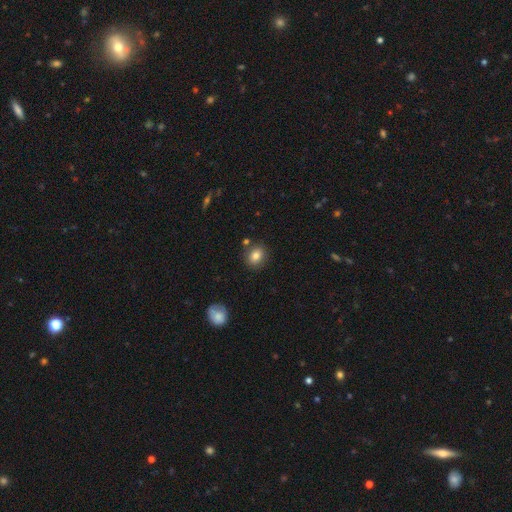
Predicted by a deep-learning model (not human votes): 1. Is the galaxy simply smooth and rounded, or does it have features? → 81% smooth, 10% star or artifact, 8% featured or disk.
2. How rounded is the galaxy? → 67% round, 32% in between, 1% cigar-shaped.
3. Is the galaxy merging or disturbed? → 82% none, 10% minor disturbance, 5% merger, 3% major disturbance.